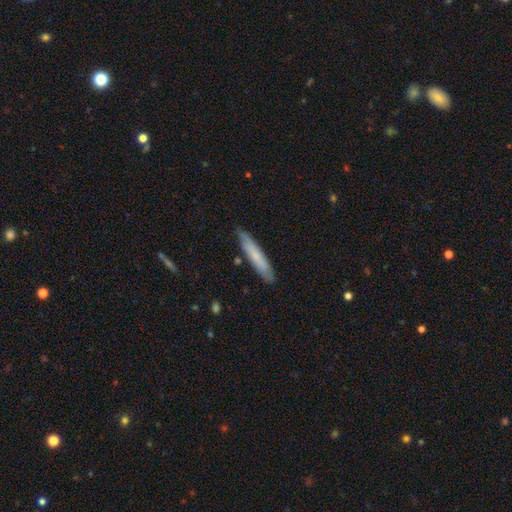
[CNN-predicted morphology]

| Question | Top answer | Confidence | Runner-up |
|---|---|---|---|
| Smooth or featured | smooth | 64% | featured or disk (30%) |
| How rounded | cigar-shaped | 90% | in between (8%) |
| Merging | none | 85% | minor disturbance (12%) |